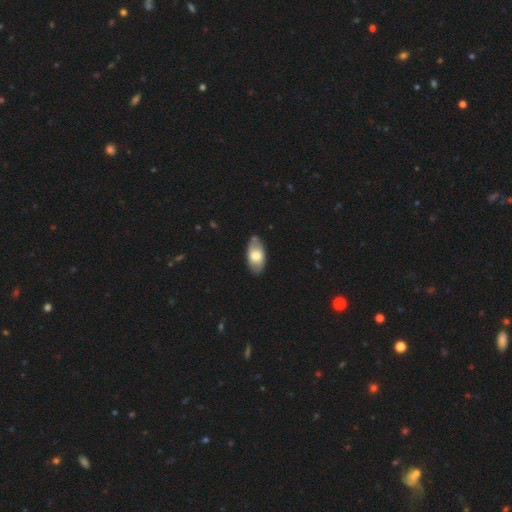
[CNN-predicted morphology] Overall: smooth (65%; featured or disk 29%). How rounded: in between (93%). Merging: none (76%).